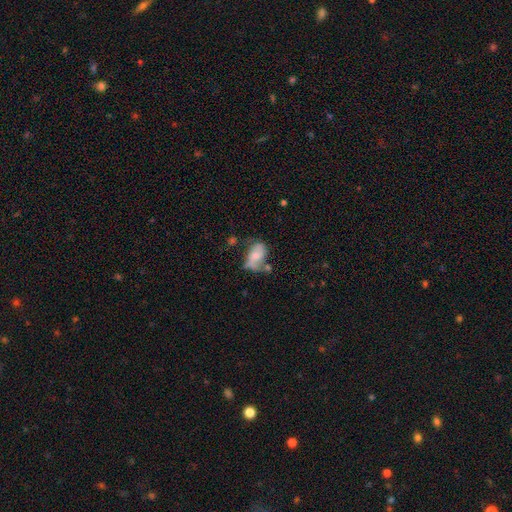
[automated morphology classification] This appears to be a smooth galaxy with no disk features (52%) that is in between round and cigar-shaped (87%). Merging: none (31%).